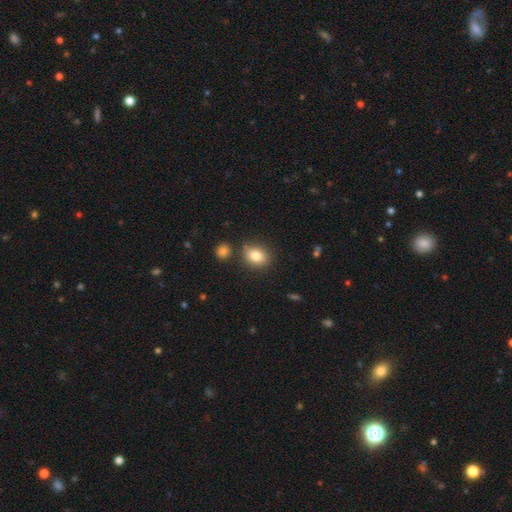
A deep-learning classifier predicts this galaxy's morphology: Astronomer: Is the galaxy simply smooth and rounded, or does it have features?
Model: smooth — 82%.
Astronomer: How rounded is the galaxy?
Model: in between — 66%.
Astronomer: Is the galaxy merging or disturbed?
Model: none — 78%.